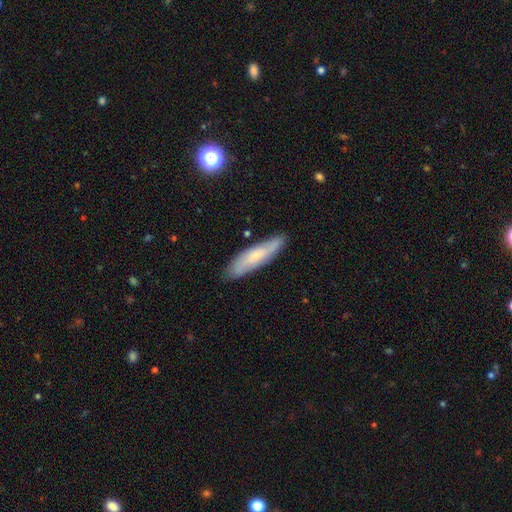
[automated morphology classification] A smooth galaxy with no disk features (53%) that is cigar-shaped (73%).

Vote fractions:
- Smooth or featured? smooth: 53% / featured or disk: 40% / star or artifact: 7%
- How rounded? cigar-shaped: 73% / in between: 25% / round: 2%
- Merging? none: 82% / minor disturbance: 14% / major disturbance: 2% / merger: 2%